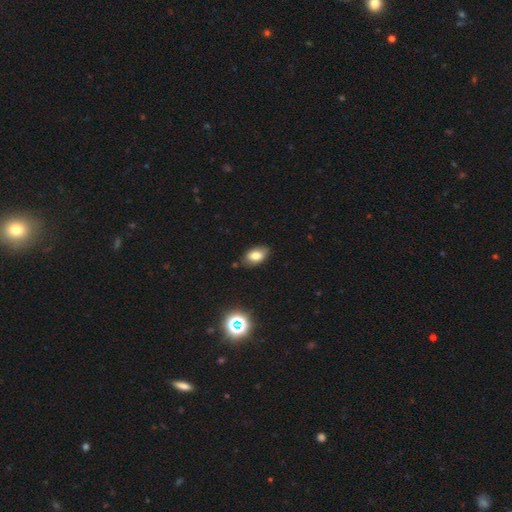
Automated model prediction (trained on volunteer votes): Smooth or featured: smooth — 78% (featured or disk — 11%)
How rounded: in between — 91% (round — 7%)
Merging: none — 81% (minor disturbance — 15%)